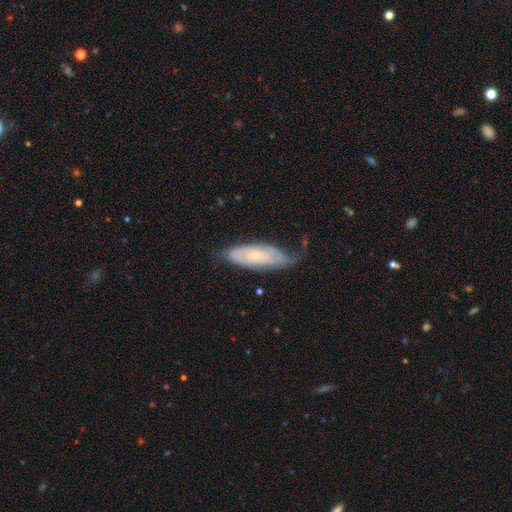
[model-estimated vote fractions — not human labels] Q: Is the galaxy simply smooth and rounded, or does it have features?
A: featured or disk — 59%.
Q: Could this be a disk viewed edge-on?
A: no — 82%.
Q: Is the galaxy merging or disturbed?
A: none — 53%.